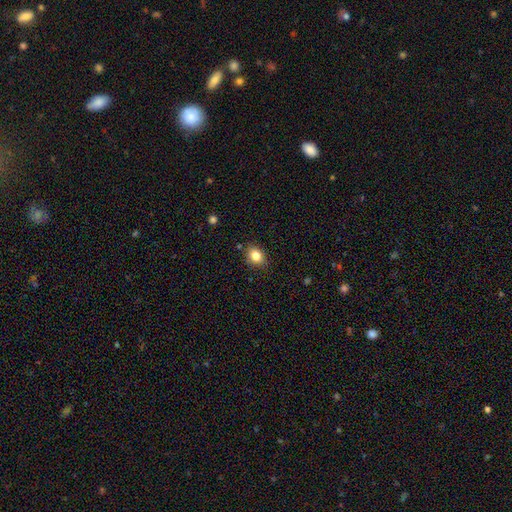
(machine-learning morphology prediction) This appears to be a smooth galaxy with no disk features (83%) that is in between round and cigar-shaped (52%). Merging: none (84%).